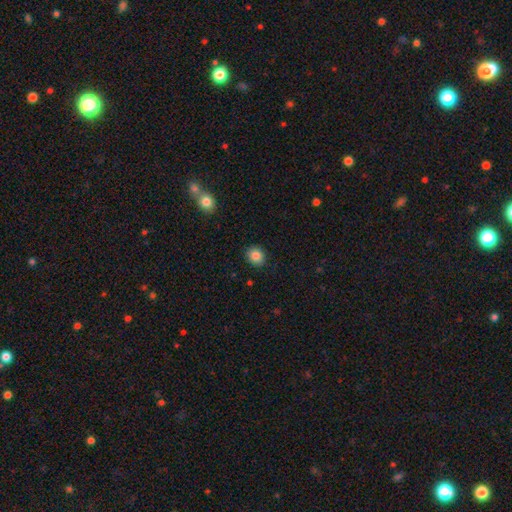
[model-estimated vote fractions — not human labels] This is clearly a smooth galaxy (85%). How rounded: likely round (76%). Merging: clearly none (89%).